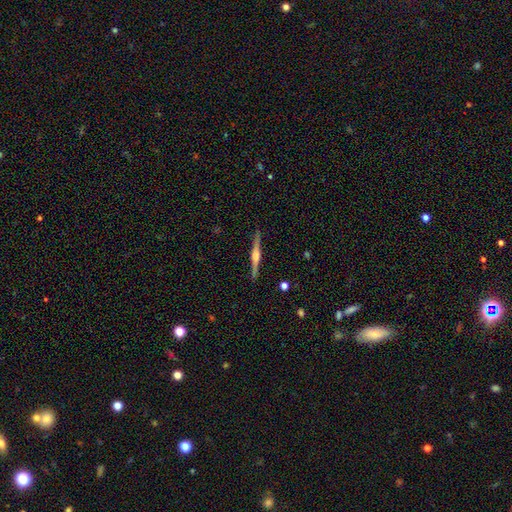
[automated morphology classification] Smooth or featured: featured or disk — 77% (smooth — 17%)
Edge-on disk: yes — 98% (no — 2%)
Edge-on bulge: rounded — 75% (boxy — 19%)
Merging: none — 91% (minor disturbance — 7%)